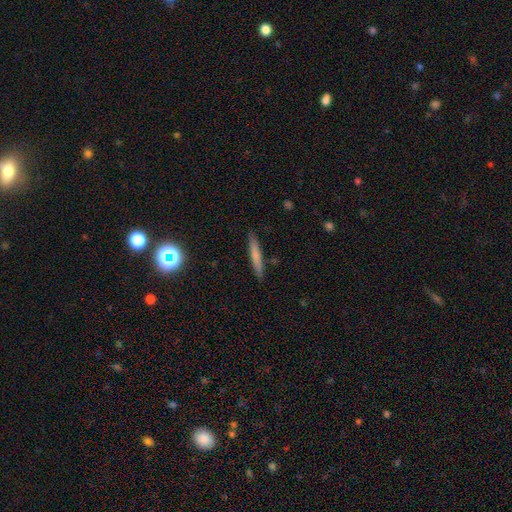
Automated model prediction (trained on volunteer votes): Smooth or featured? Predicted: smooth (p=0.71). How rounded? Predicted: cigar-shaped (p=0.93). Merging? Predicted: none (p=0.88).